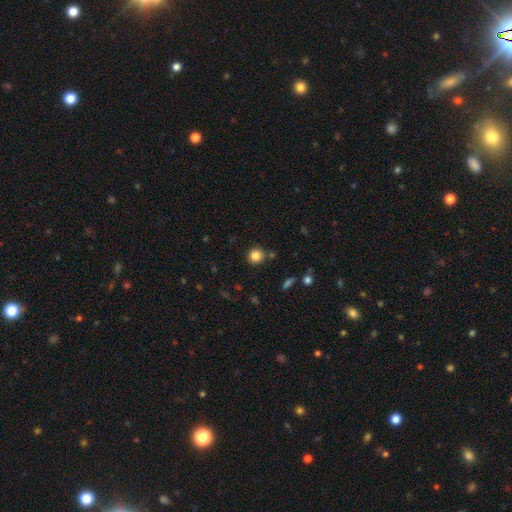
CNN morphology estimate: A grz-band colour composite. It shows a smooth galaxy with no disk features (84%) that is round (91%). Merging: none (82%).